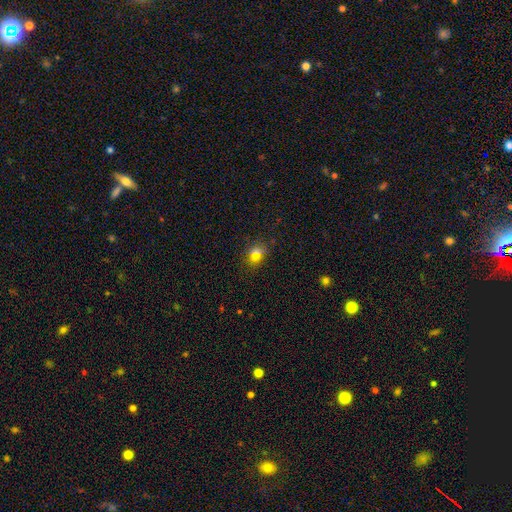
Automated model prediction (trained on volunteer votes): Morphology: type=smooth (68%); roundness=round (53%); merging=none (62%).